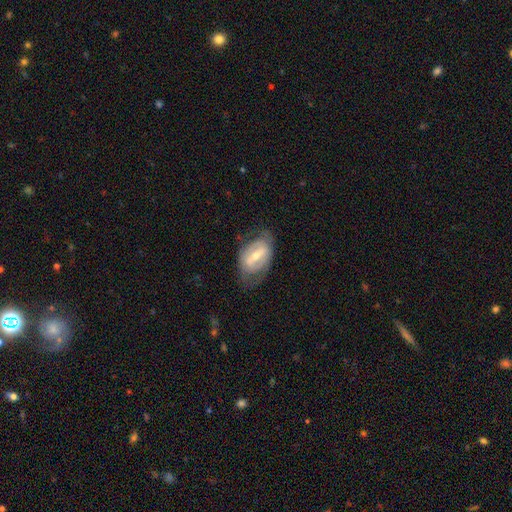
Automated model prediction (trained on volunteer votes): Morphology: type=featured or disk (62%); edge-on=no (92%); bar=strong (50%); spiral arms=no (53%); bulge=moderate (53%); merging=none (62%).